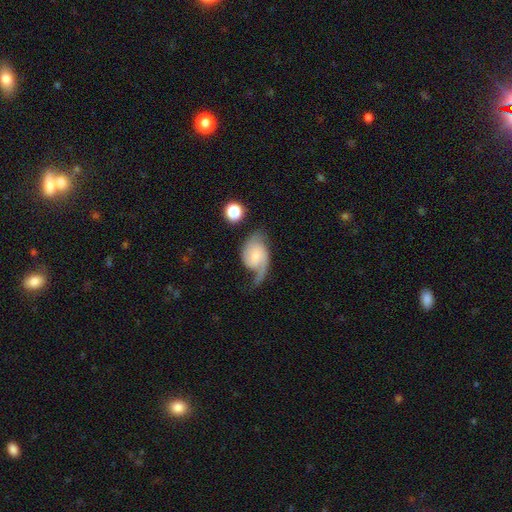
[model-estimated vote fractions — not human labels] Q: Smooth or featured?
A: featured or disk (72%); runner-up: smooth (21%)
Q: Edge-on disk?
A: no (97%); runner-up: yes (3%)
Q: Bar?
A: no (56%); runner-up: weak (37%)
Q: Spiral arms?
A: yes (94%); runner-up: no (6%)
Q: Spiral winding?
A: loose (49%); runner-up: medium (36%)
Q: Spiral arm count?
A: 2 (52%); runner-up: 1 (40%)
Q: Bulge size?
A: small (52%); runner-up: moderate (27%)
Q: Merging?
A: none (36%); runner-up: major disturbance (35%)